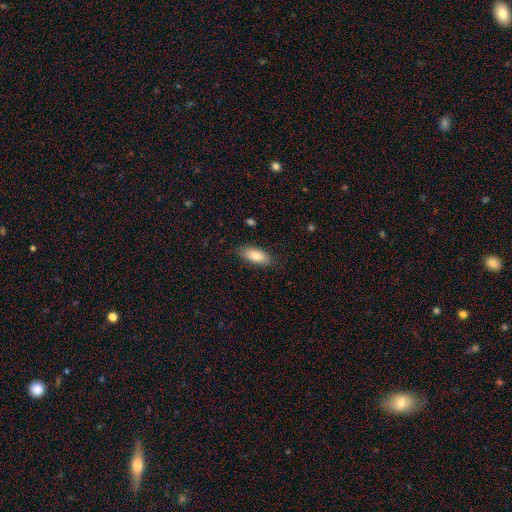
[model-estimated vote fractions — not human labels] Q: Smooth or featured?
A: smooth (83%); runner-up: featured or disk (11%)
Q: How rounded?
A: in between (82%); runner-up: cigar-shaped (16%)
Q: Merging?
A: none (83%); runner-up: minor disturbance (13%)